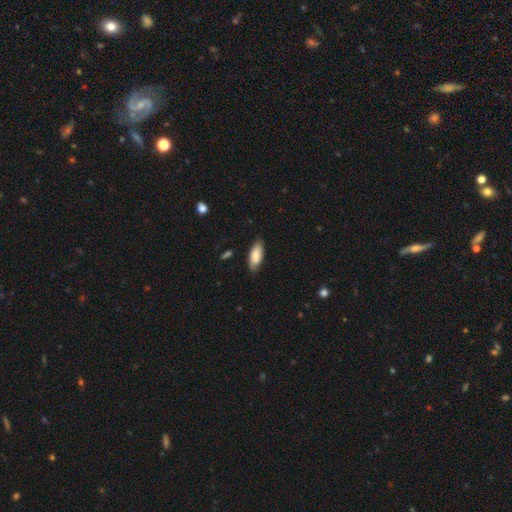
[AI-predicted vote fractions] smooth-or-featured: smooth: 82% | featured or disk: 12% | star or artifact: 6%
  how-rounded: in between: 80% | cigar-shaped: 19% | round: 2%
  merging: none: 82% | minor disturbance: 14% | major disturbance: 2% | merger: 1%